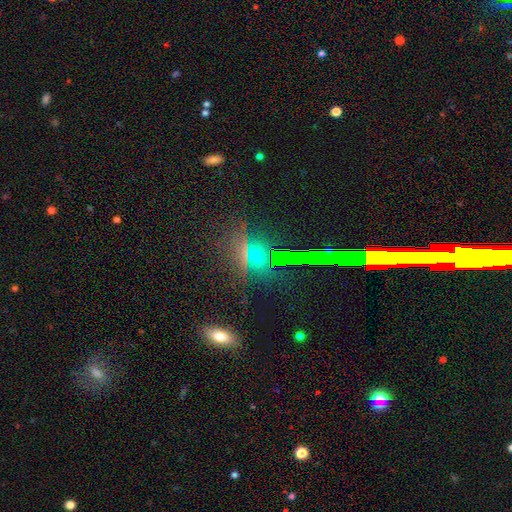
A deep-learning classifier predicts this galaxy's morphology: smooth_or_featured: star or artifact (p=0.49) [alt: smooth p=0.34]